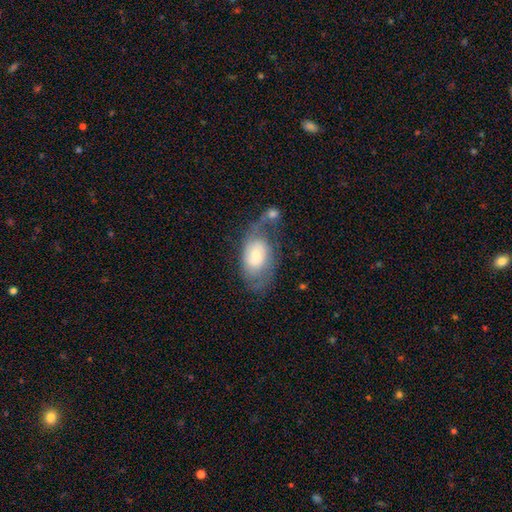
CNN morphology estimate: smooth-or-featured: featured or disk: 48% | smooth: 45% | star or artifact: 7%
  merging: none: 34% | major disturbance: 26% | minor disturbance: 23% | merger: 18%